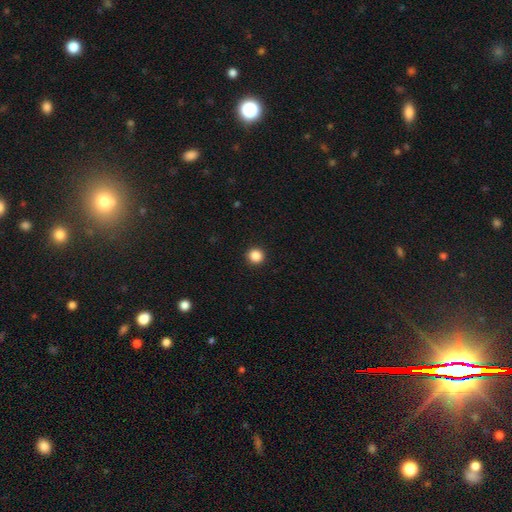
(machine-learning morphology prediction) smooth 87%, star or artifact 10%, featured or disk 3%. Down the decision tree: how rounded — round (94%); merging — none (93%).